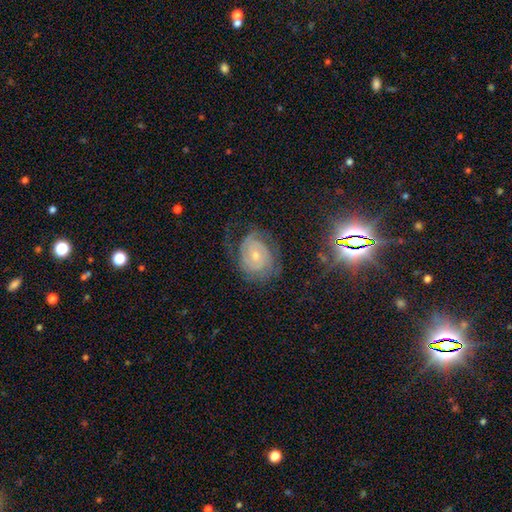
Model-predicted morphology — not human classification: Smooth or featured: featured or disk — 79% (smooth — 11%)
Edge-on disk: no — 97% (yes — 3%)
Bar: no — 64% (weak — 29%)
Spiral arms: yes — 94% (no — 6%)
Spiral winding: tight — 68% (medium — 25%)
Spiral arm count: 2 — 48% (can't tell — 27%)
Bulge size: small — 60% (moderate — 36%)
Merging: none — 64% (minor disturbance — 20%)